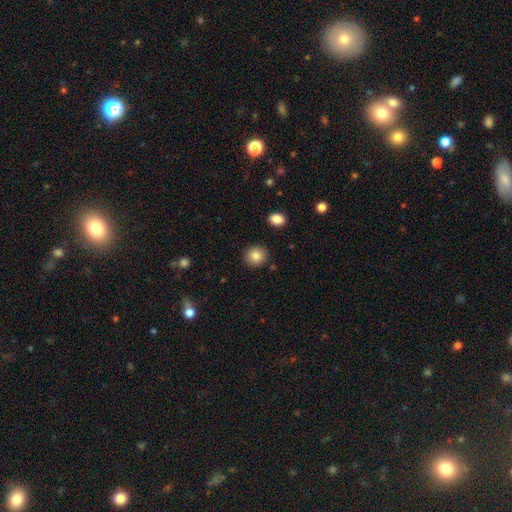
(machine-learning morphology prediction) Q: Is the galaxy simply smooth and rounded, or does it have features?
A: smooth — 84%.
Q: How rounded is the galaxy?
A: round — 87%.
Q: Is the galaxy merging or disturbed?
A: none — 90%.